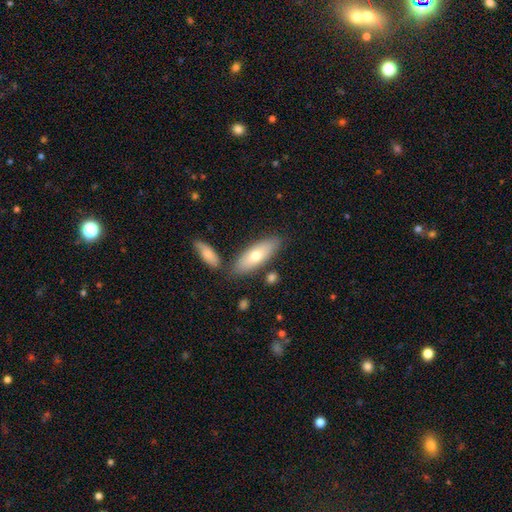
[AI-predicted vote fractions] This is likely a smooth galaxy (67%). How rounded: likely in between (62%). Merging: likely none (76%).